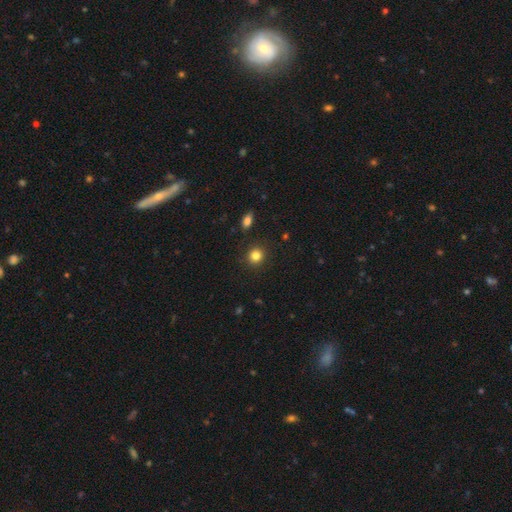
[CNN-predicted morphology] Smooth or featured?
  - smooth: 83% *
  - star or artifact: 12%
  - featured or disk: 5%
How rounded?
  - round: 89% *
  - in between: 10%
  - cigar-shaped: 1%
Merging?
  - none: 90% *
  - minor disturbance: 6%
  - major disturbance: 2%
  - merger: 2%